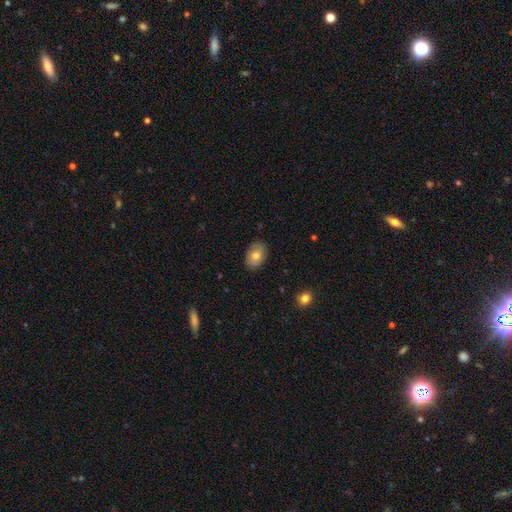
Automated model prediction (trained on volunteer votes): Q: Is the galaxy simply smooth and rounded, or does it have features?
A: smooth — 72%.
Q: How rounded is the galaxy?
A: in between — 81%.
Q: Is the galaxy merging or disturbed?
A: none — 86%.